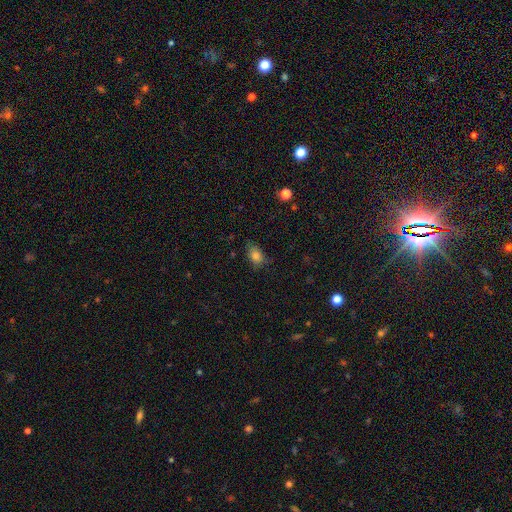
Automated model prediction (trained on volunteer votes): This is clearly a smooth galaxy (82%). How rounded: likely in between (79%). Merging: likely none (68%).